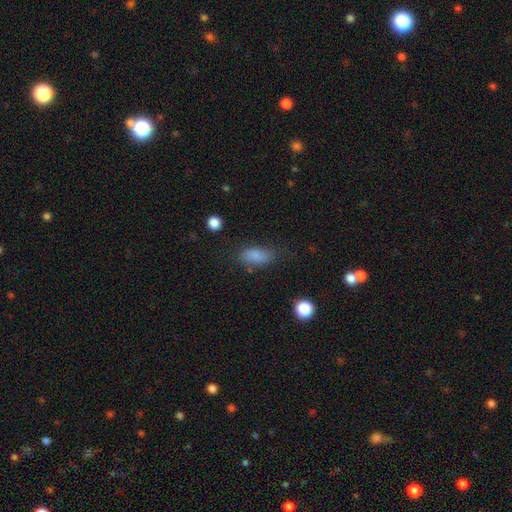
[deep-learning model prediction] A smooth galaxy with no disk features (84%) that is in between round and cigar-shaped (88%). Merging: none (70%).